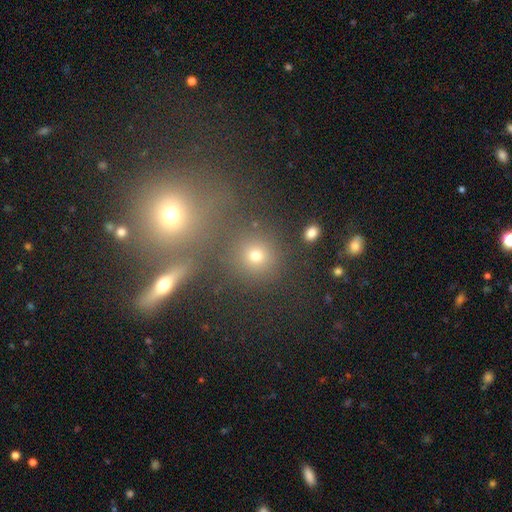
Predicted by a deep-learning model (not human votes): A smooth galaxy with no disk features (69%) that is round (86%). Merging: none (80%).